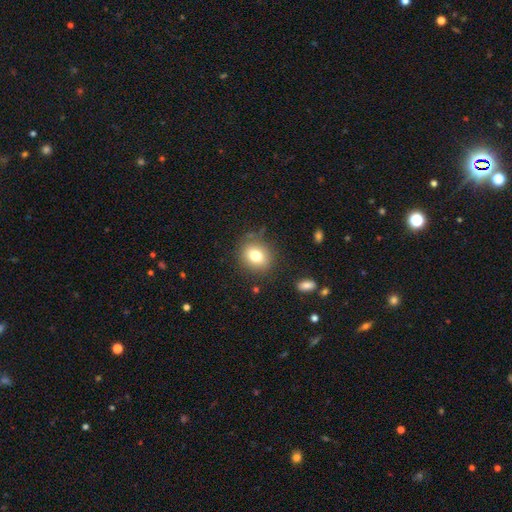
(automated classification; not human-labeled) This appears to be a smooth galaxy with no disk features (77%) that is round (66%). Merging: none (81%).